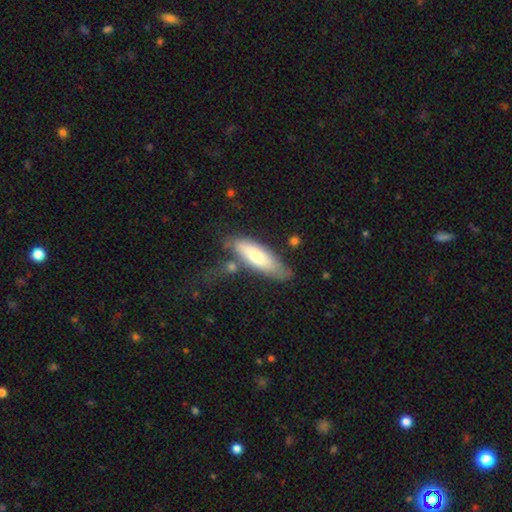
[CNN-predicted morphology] Smooth or featured? Predicted: smooth (p=0.64). How rounded? Predicted: in between (p=0.53). Merging? Predicted: none (p=0.61).